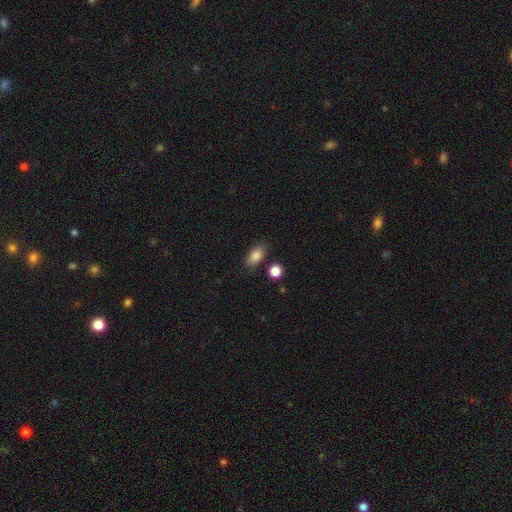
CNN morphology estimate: The model was most divided on "merging": none: 80%, minor disturbance: 13%, merger: 4%, major disturbance: 3%. More confident: how rounded — in between (87%); smooth or featured — smooth (85%).